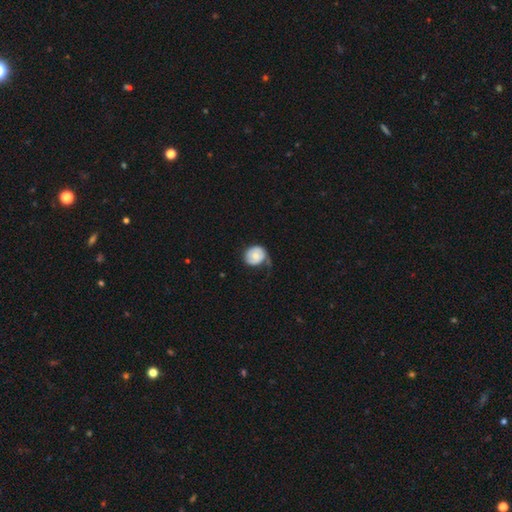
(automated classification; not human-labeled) Smooth or featured: smooth — 65% (featured or disk — 29%)
How rounded: round — 72% (in between — 27%)
Merging: none — 39% (minor disturbance — 36%)